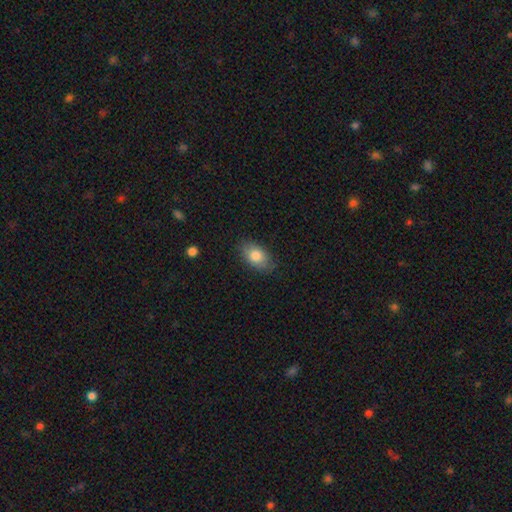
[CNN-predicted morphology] Smooth or featured? smooth (81%)
How rounded? in between (89%)
Merging? none (81%)